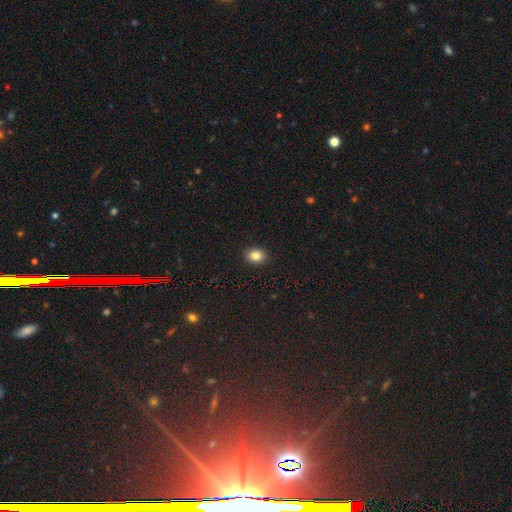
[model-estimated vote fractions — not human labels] Overall: smooth (85%). How rounded: in between (62%; round 37%). Merging: none (91%).